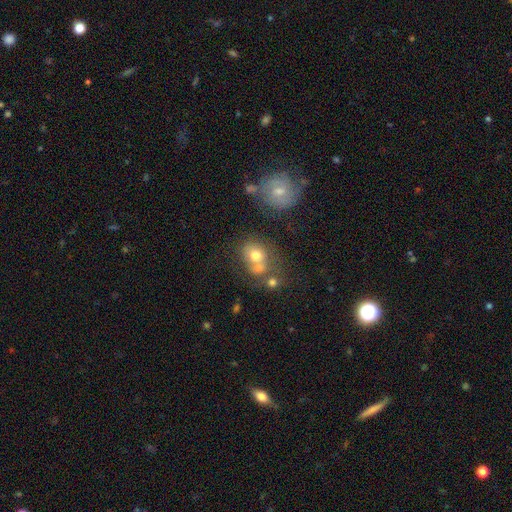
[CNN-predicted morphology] smooth 62%, featured or disk 24%, star or artifact 14%. Down the decision tree: how rounded — round (61%); merging — merger (41%).